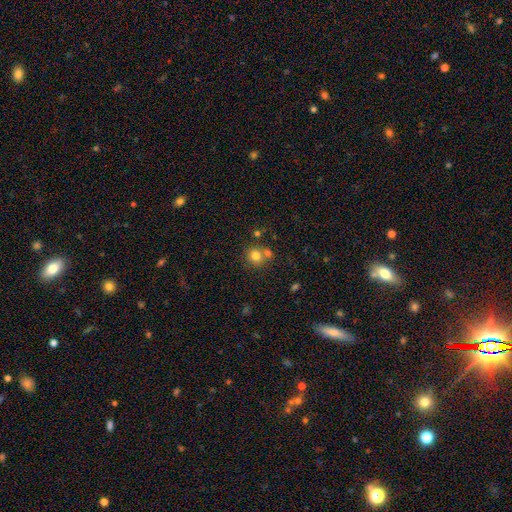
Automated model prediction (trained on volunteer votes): Smooth or featured: smooth — 77% (star or artifact — 13%)
How rounded: round — 86% (in between — 13%)
Merging: none — 58% (merger — 29%)